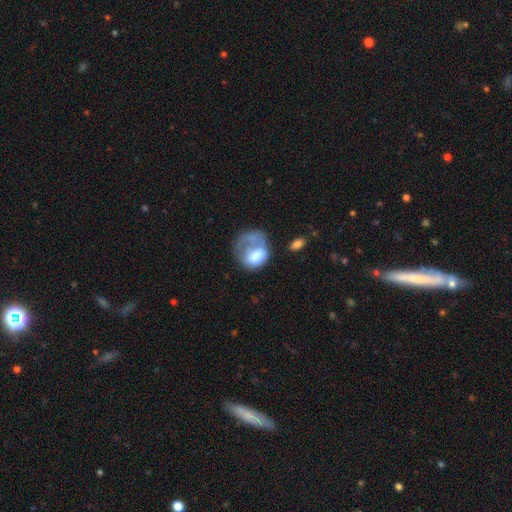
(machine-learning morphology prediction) The model was most divided on "how rounded": in between: 51%, round: 48%, cigar-shaped: 1%. Remaining: smooth or featured — smooth (57%); merging — major disturbance (46%).